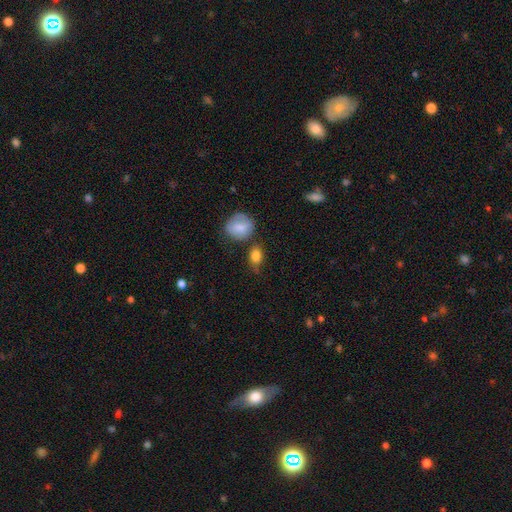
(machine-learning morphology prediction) smooth_or_featured: smooth (p=0.85) [alt: star or artifact p=0.08]
how_rounded: in between (p=0.64) [alt: round p=0.34]
merging: none (p=0.62) [alt: minor disturbance p=0.21]